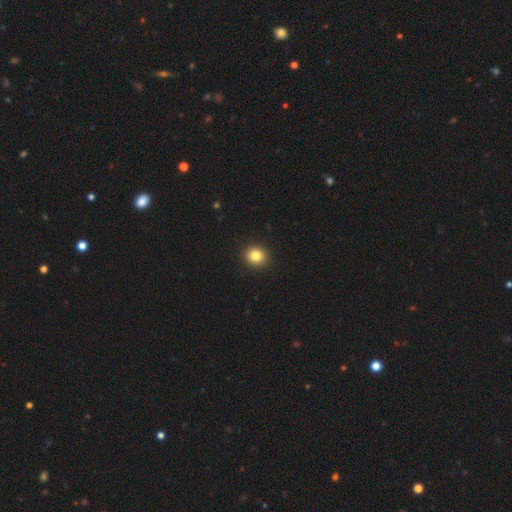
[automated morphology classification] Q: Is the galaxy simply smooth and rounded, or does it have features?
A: smooth — 83%.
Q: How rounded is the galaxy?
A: round — 85%.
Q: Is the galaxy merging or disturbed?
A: none — 93%.